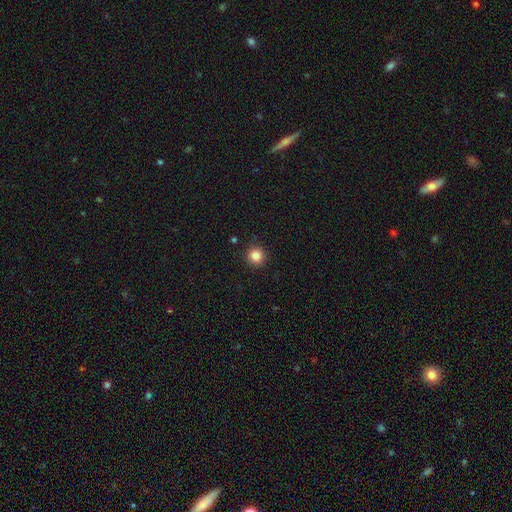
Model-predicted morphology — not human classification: Smooth or featured: smooth — 85% (star or artifact — 11%)
How rounded: round — 94% (in between — 5%)
Merging: none — 91% (minor disturbance — 6%)